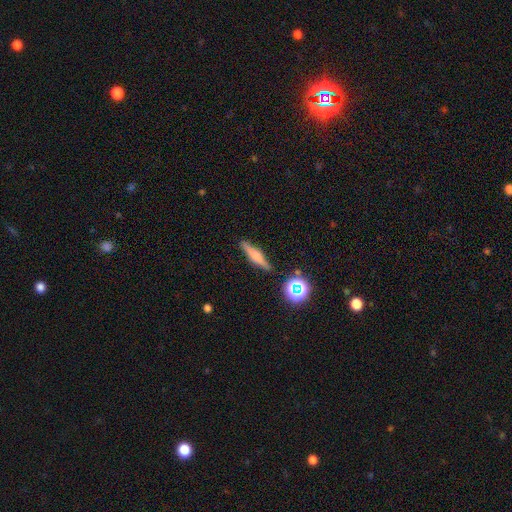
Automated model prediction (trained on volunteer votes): Q: Smooth or featured?
A: featured or disk (50%); runner-up: smooth (40%)
Q: Merging?
A: none (87%); runner-up: minor disturbance (8%)